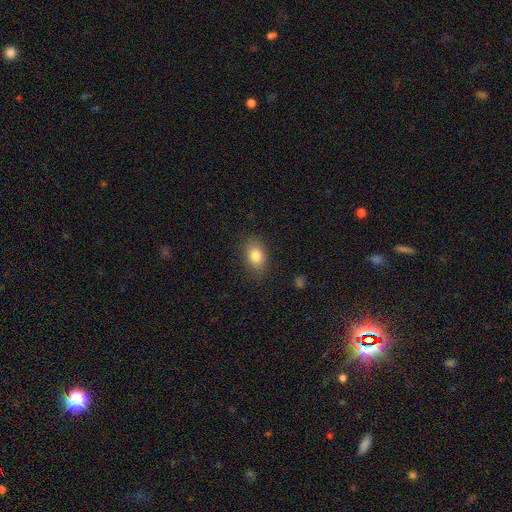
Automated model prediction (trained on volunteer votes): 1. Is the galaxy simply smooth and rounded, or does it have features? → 82% smooth, 9% featured or disk, 9% star or artifact.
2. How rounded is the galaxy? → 82% in between, 16% round, 2% cigar-shaped.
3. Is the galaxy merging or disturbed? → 84% none, 12% minor disturbance, 3% major disturbance, 1% merger.